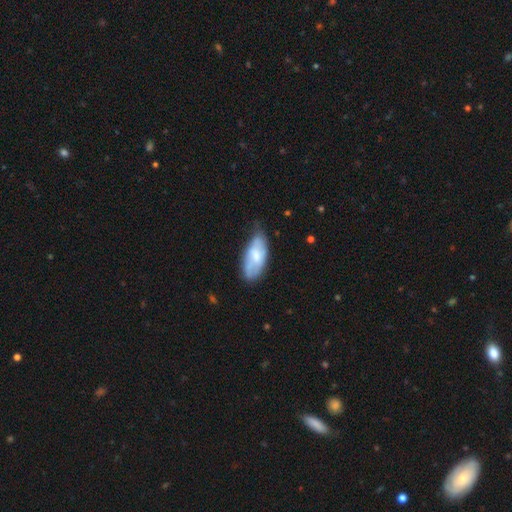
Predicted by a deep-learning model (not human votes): A smooth galaxy with no disk features (52%) that is in between round and cigar-shaped (88%). Merging: none (51%).